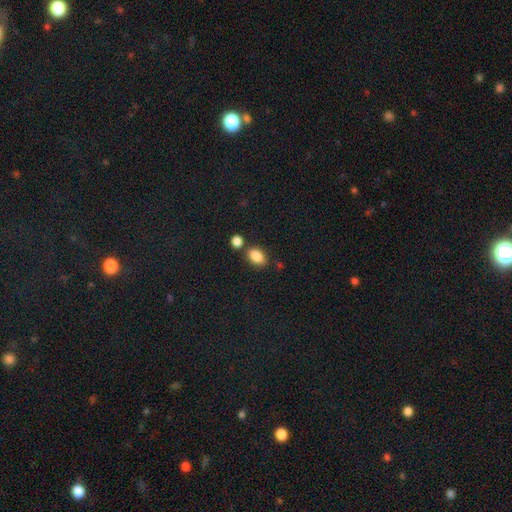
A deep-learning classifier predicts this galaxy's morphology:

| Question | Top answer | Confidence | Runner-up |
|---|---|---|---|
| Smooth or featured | smooth | 86% | star or artifact (9%) |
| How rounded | in between | 83% | round (15%) |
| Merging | none | 68% | merger (16%) |